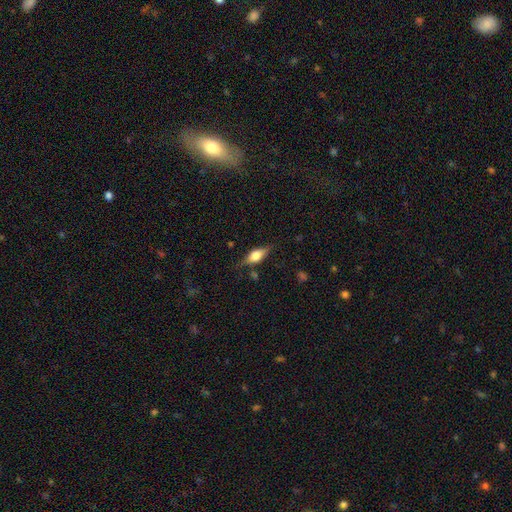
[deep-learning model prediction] Smooth or featured? Predicted: smooth (p=0.50). Merging? Predicted: none (p=0.75).